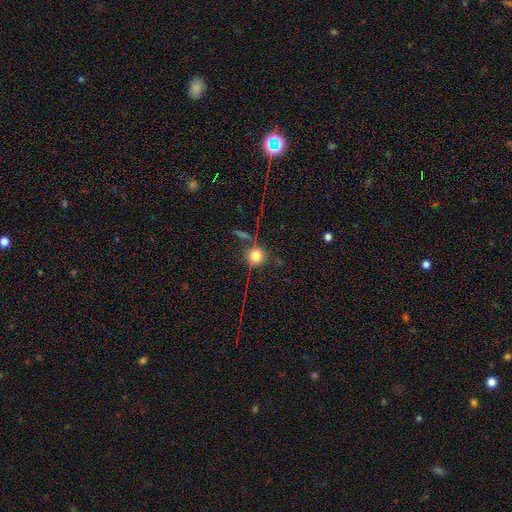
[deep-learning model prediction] A smooth galaxy with no disk features (71%) that is round (91%).

Vote fractions:
- Smooth or featured? smooth: 71% / star or artifact: 18% / featured or disk: 11%
- How rounded? round: 91% / in between: 7% / cigar-shaped: 2%
- Merging? none: 76% / minor disturbance: 12% / merger: 8% / major disturbance: 5%